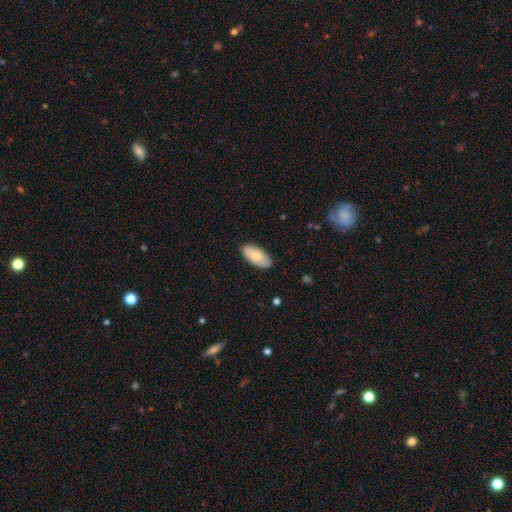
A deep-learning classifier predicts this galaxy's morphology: Smooth or featured? smooth (81%)
How rounded? in between (91%)
Merging? none (86%)